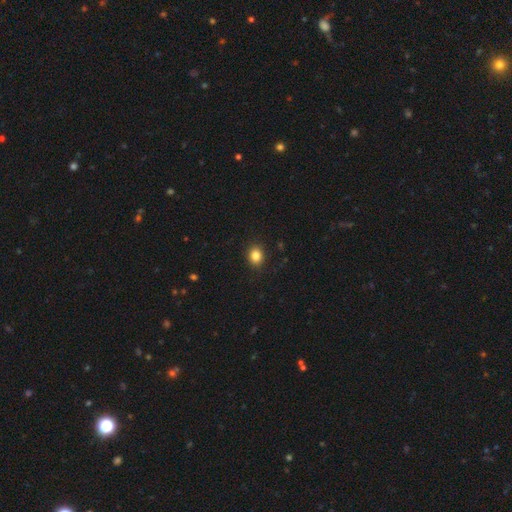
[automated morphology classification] Smooth or featured? Predicted: smooth (p=0.85). How rounded? Predicted: round (p=0.59). Merging? Predicted: none (p=0.90).